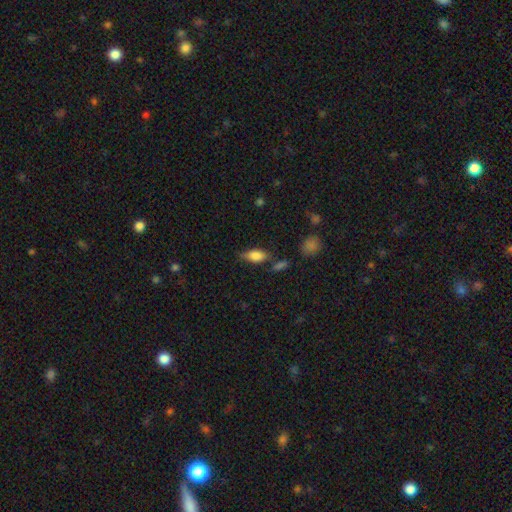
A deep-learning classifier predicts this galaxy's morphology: Smooth or featured? Predicted: smooth (p=0.79). How rounded? Predicted: in between (p=0.85). Merging? Predicted: none (p=0.64).